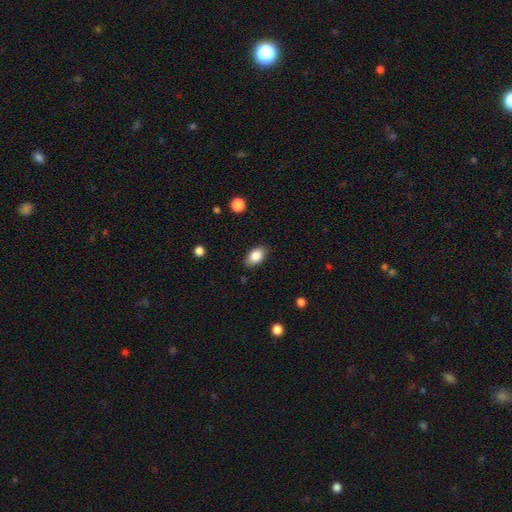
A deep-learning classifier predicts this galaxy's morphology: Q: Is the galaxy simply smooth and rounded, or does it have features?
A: smooth — 85%.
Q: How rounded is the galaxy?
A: in between — 89%.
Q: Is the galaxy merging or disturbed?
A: none — 85%.